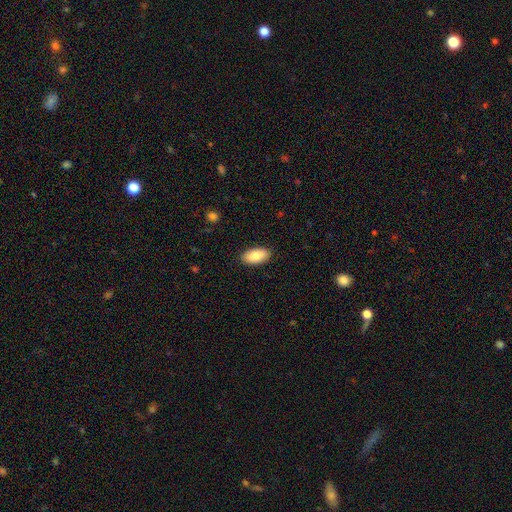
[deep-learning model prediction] Overall: smooth (86%). How rounded: in between (94%). Merging: none (89%).